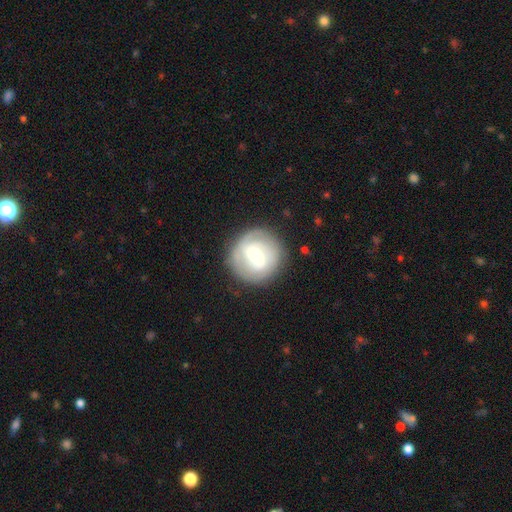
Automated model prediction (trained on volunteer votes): Smooth or featured? Predicted: featured or disk (p=0.70). Edge-on disk? Predicted: no (p=0.96). Bar? Predicted: weak (p=0.49). Spiral arms? Predicted: yes (p=0.81). Spiral winding? Predicted: tight (p=0.59). Spiral arm count? Predicted: 2 (p=0.49). Bulge size? Predicted: moderate (p=0.64). Merging? Predicted: none (p=0.82).